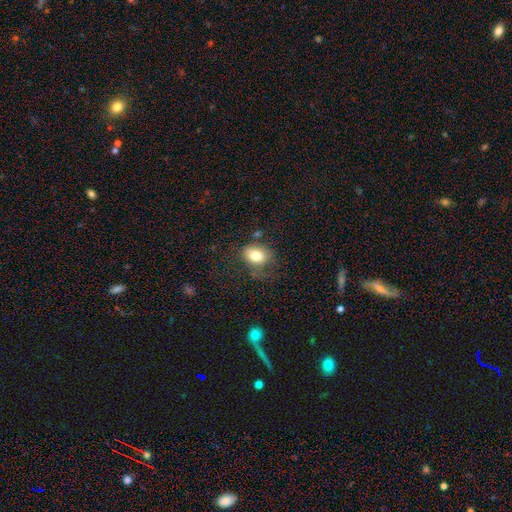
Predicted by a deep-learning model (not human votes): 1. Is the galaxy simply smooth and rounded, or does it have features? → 78% smooth, 12% featured or disk, 10% star or artifact.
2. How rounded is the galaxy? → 63% in between, 36% round, 1% cigar-shaped.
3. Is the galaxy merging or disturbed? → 61% none, 23% minor disturbance, 12% major disturbance, 5% merger.